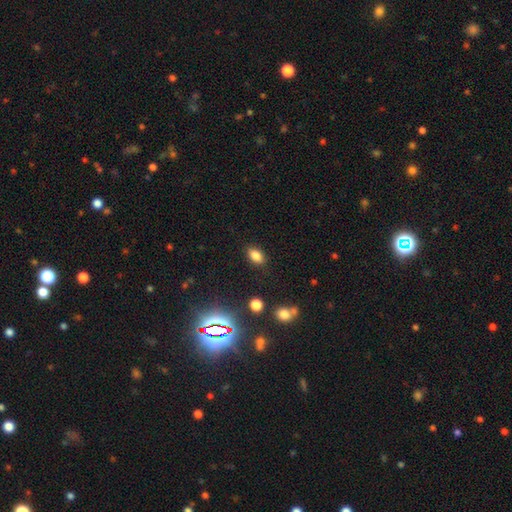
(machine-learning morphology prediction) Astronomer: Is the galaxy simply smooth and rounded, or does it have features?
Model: smooth — 81%.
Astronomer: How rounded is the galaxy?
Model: in between — 86%.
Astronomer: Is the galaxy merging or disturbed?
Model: none — 85%.